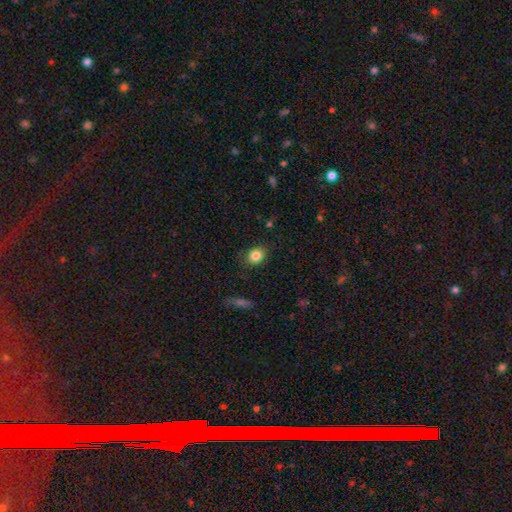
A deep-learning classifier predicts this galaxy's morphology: smooth 84%, star or artifact 10%, featured or disk 6%. Down the decision tree: how rounded — round (57%); merging — none (82%).